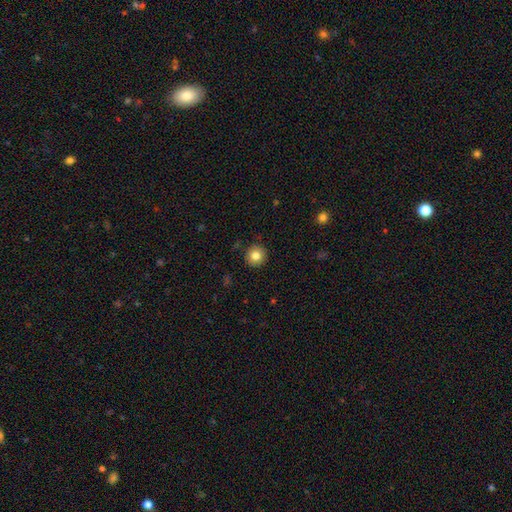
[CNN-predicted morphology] This is clearly a smooth galaxy (82%). How rounded: clearly round (95%). Merging: clearly none (91%).